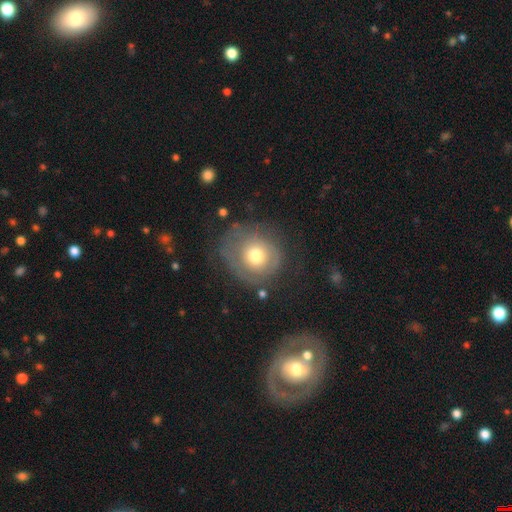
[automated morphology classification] Smooth or featured? Predicted: smooth (p=0.56). How rounded? Predicted: round (p=0.85). Merging? Predicted: none (p=0.55).